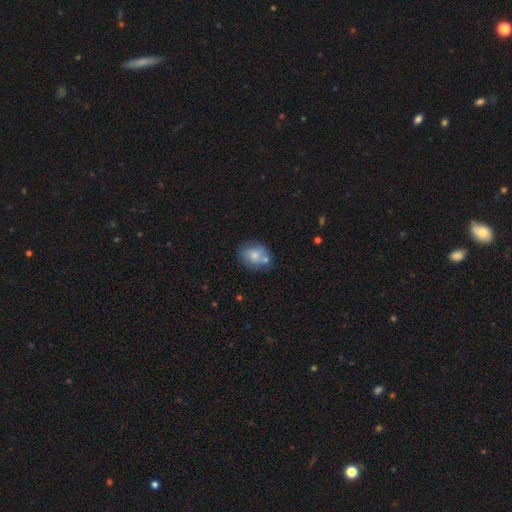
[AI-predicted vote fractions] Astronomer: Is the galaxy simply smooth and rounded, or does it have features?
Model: smooth — 66%.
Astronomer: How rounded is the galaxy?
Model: round — 54% (runner-up: in between, 45%).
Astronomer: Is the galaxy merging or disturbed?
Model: none — 56%.